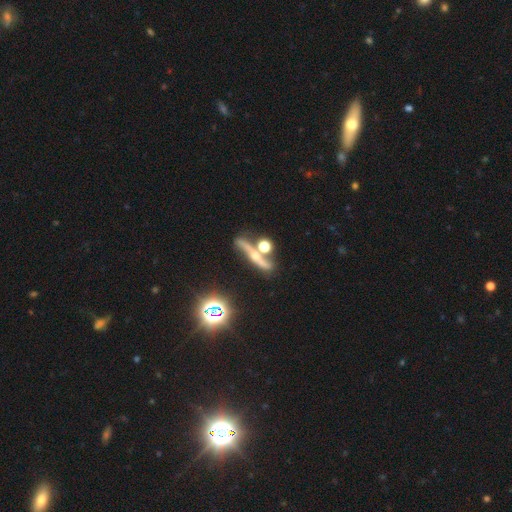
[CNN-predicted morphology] Q: Smooth or featured?
A: featured or disk (61%); runner-up: smooth (22%)
Q: Edge-on disk?
A: yes (77%); runner-up: no (23%)
Q: Merging?
A: none (66%); runner-up: merger (16%)